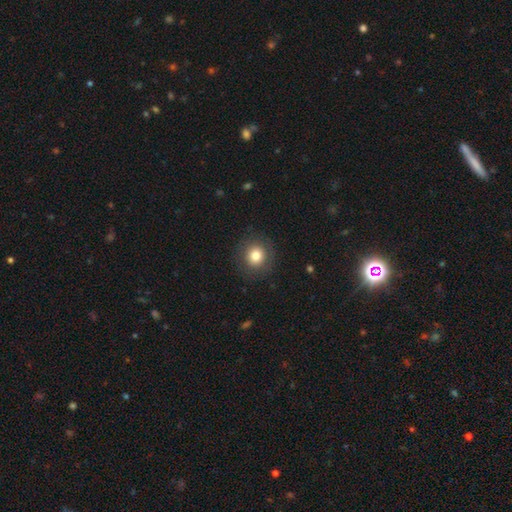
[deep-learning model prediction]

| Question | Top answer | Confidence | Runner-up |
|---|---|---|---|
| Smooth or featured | smooth | 80% | star or artifact (10%) |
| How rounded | round | 91% | in between (8%) |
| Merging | none | 88% | minor disturbance (7%) |